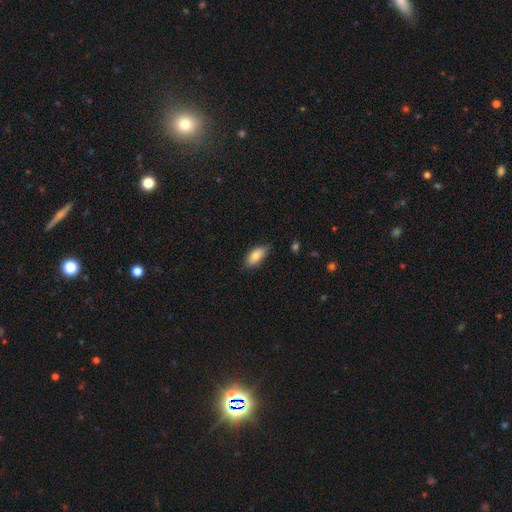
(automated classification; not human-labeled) This appears to be a smooth galaxy with no disk features (83%) that is in between round and cigar-shaped (88%). Merging: none (77%).